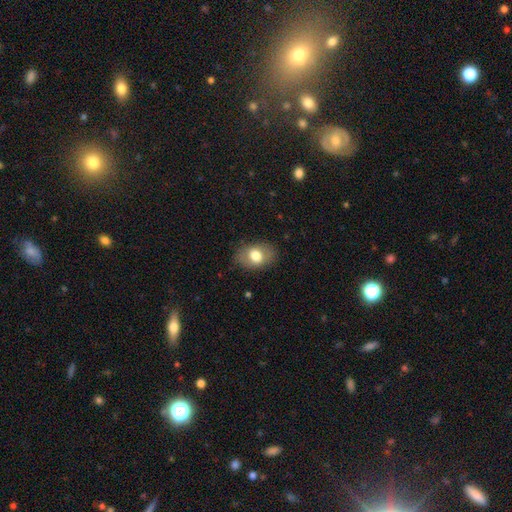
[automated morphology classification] Q: Smooth or featured?
A: smooth (74%); runner-up: featured or disk (18%)
Q: How rounded?
A: in between (80%); runner-up: round (19%)
Q: Merging?
A: none (82%); runner-up: minor disturbance (13%)